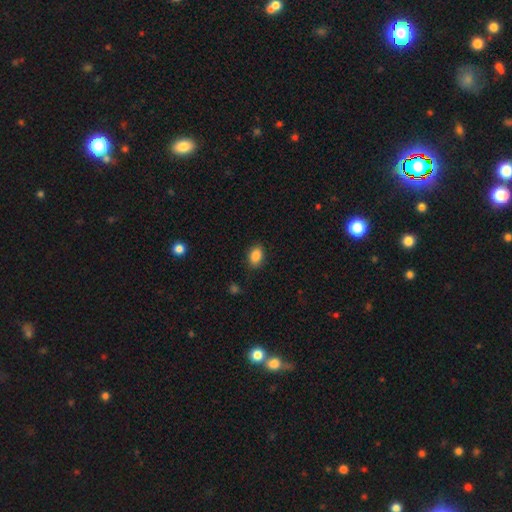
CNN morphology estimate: type=smooth (87%); roundness=in between (79%); merging=none (86%).